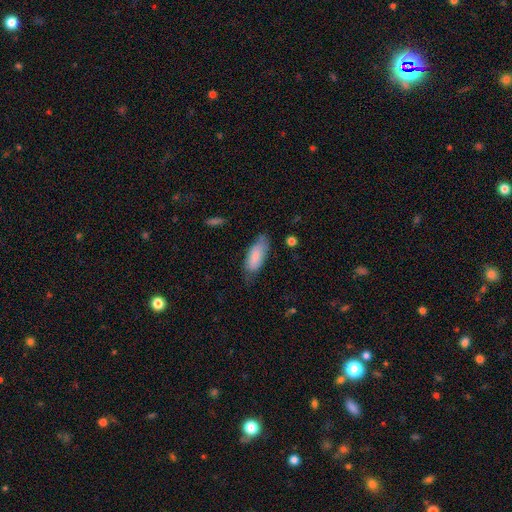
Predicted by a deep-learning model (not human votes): A smooth galaxy with no disk features (80%) that is in between round and cigar-shaped (83%).

Vote fractions:
- Smooth or featured? smooth: 80% / featured or disk: 14% / star or artifact: 6%
- How rounded? in between: 83% / cigar-shaped: 16% / round: 2%
- Merging? none: 58% / minor disturbance: 32% / major disturbance: 7% / merger: 3%